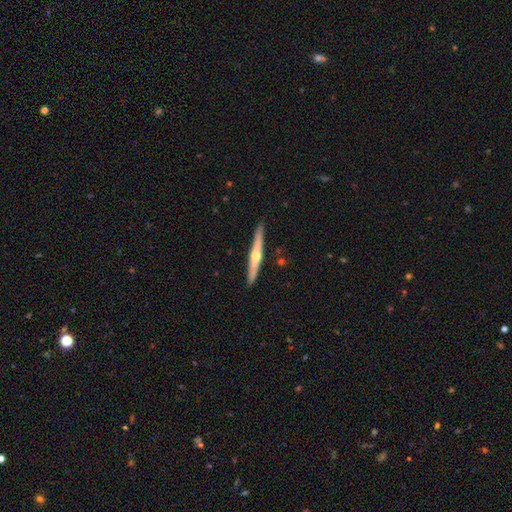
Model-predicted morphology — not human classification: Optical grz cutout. It shows a featured or disk galaxy (69%) viewed edge-on (97%) with a rounded central bulge (91%). Merging: none (90%).